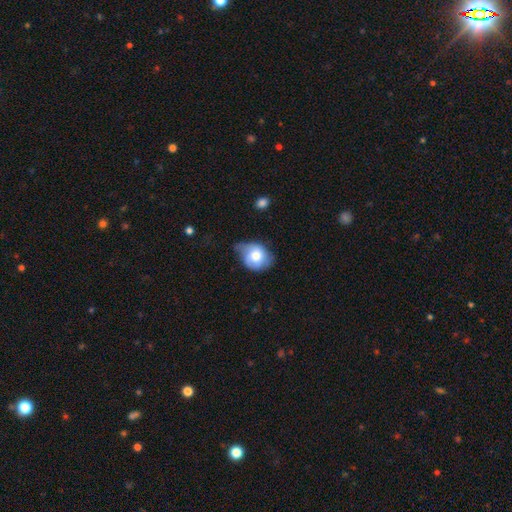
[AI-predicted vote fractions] Morphology: type=smooth (62%); roundness=round (54%); merging=minor disturbance (46%).